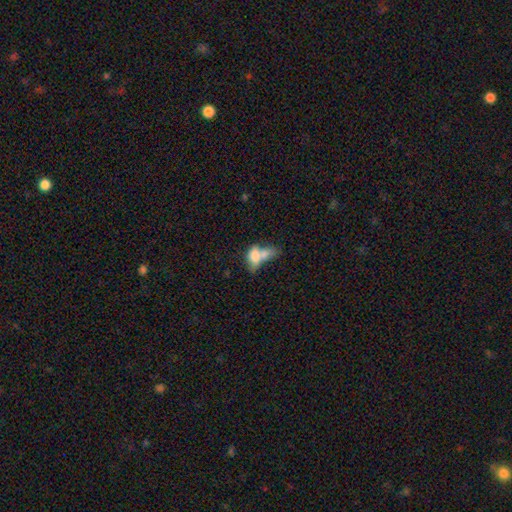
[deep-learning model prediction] Smooth or featured? smooth (69%)
How rounded? in between (83%)
Merging? merger (66%)